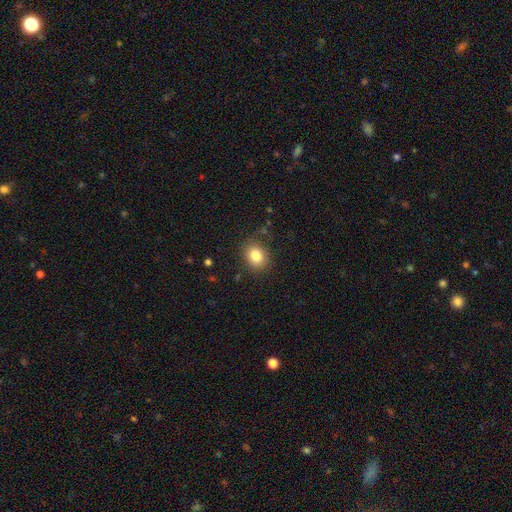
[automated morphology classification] Smooth or featured? Predicted: smooth (p=0.83). How rounded? Predicted: round (p=0.54). Merging? Predicted: none (p=0.85).